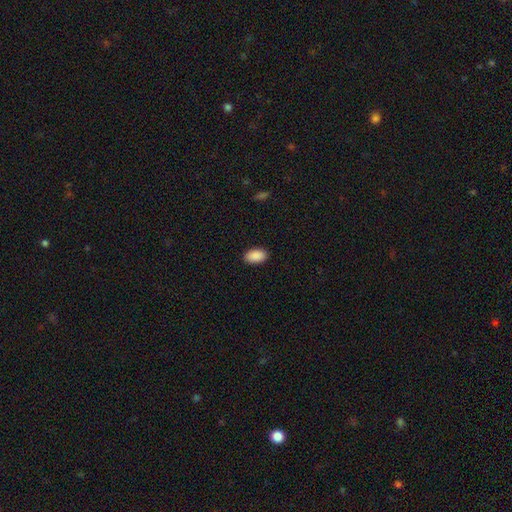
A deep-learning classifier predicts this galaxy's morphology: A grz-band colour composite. It shows a smooth galaxy with no disk features (91%) that is in between round and cigar-shaped (94%). Merging: none (90%).